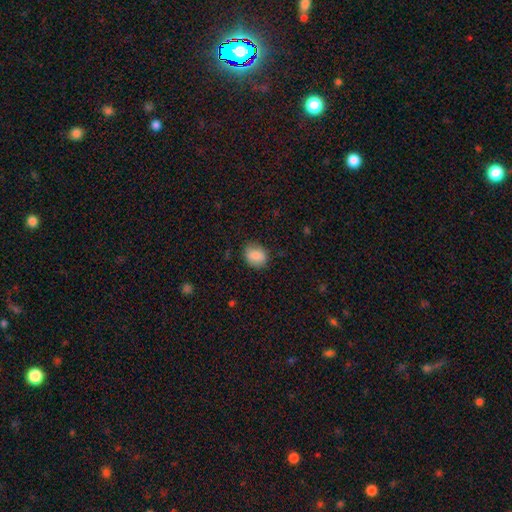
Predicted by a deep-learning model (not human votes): This is clearly a smooth galaxy (87%). How rounded: possibly in between (54%). Merging: likely none (79%).